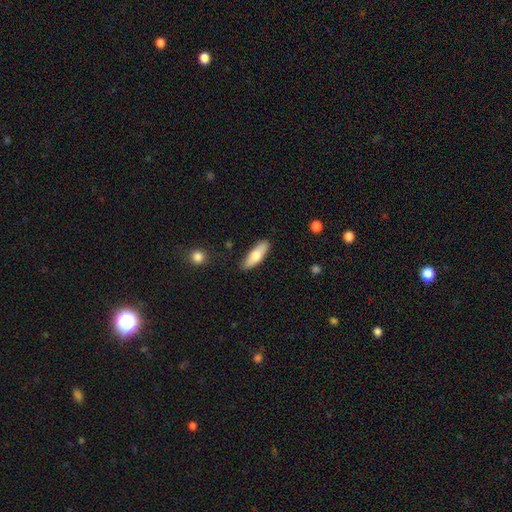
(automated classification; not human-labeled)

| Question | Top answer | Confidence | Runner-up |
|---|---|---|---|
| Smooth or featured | smooth | 67% | featured or disk (27%) |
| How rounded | in between | 56% | cigar-shaped (41%) |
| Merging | none | 83% | minor disturbance (12%) |